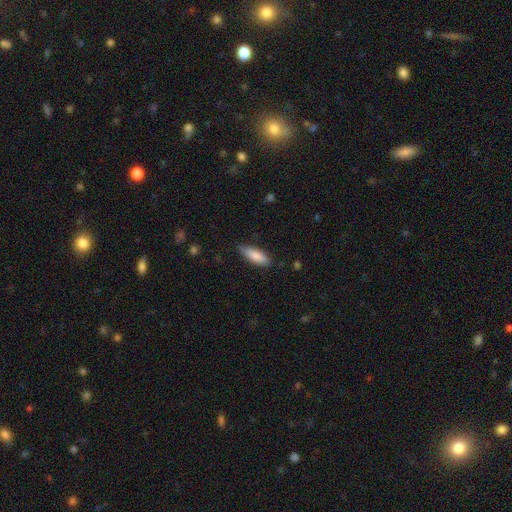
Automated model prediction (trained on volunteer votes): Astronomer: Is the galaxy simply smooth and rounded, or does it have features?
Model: smooth — 84%.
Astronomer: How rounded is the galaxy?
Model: in between — 57% (runner-up: cigar-shaped, 41%).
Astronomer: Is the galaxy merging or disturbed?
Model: none — 82%.